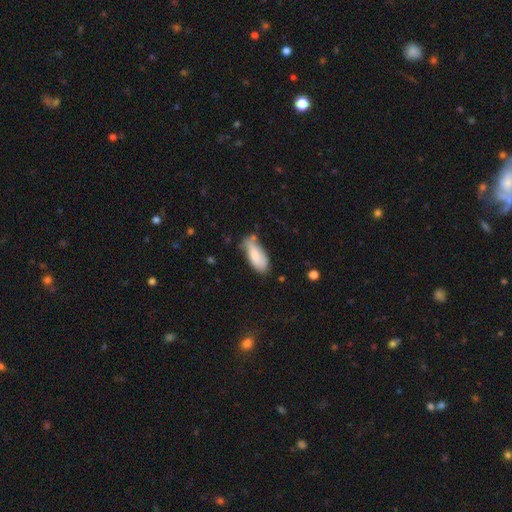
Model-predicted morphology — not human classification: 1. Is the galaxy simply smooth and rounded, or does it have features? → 78% smooth, 16% featured or disk, 6% star or artifact.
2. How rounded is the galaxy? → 83% in between, 15% cigar-shaped, 2% round.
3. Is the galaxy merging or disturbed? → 49% none, 35% minor disturbance, 9% major disturbance, 7% merger.